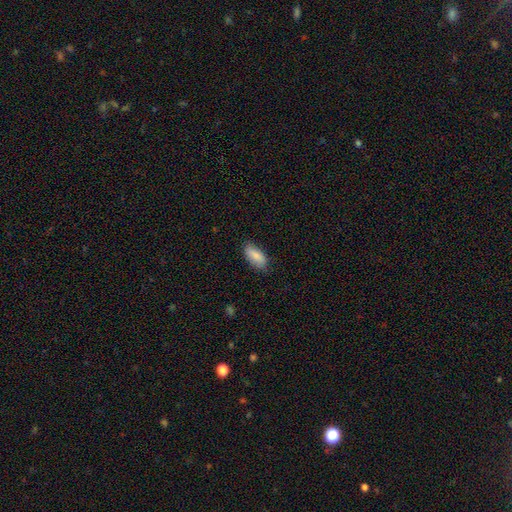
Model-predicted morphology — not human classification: The model was most divided on "merging": none: 80%, minor disturbance: 16%, major disturbance: 3%, merger: 1%. More confident: how rounded — in between (86%); smooth or featured — smooth (85%).